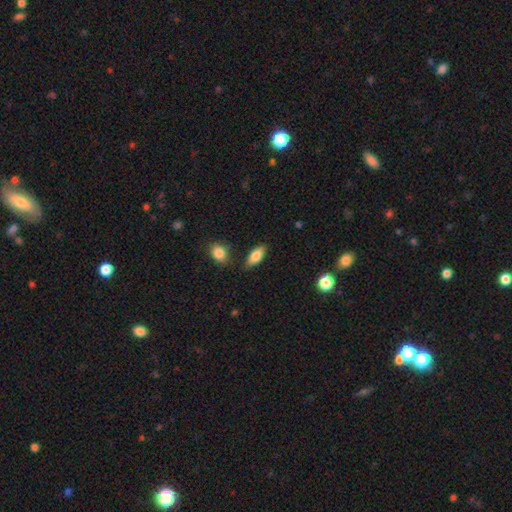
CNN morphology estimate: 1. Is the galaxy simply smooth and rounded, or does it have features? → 82% smooth, 11% featured or disk, 7% star or artifact.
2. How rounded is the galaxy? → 85% in between, 12% cigar-shaped, 3% round.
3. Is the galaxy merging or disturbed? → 79% none, 13% minor disturbance, 5% merger, 3% major disturbance.